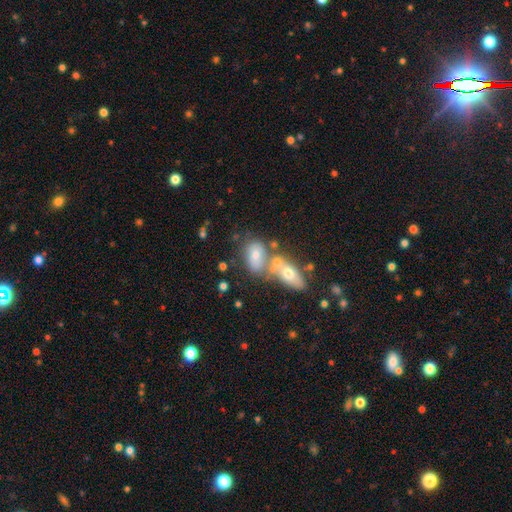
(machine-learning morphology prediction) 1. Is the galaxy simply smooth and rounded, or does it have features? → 63% smooth, 27% featured or disk, 10% star or artifact.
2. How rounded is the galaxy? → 84% in between, 12% round, 4% cigar-shaped.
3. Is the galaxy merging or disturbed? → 48% merger, 32% none, 13% minor disturbance, 7% major disturbance.